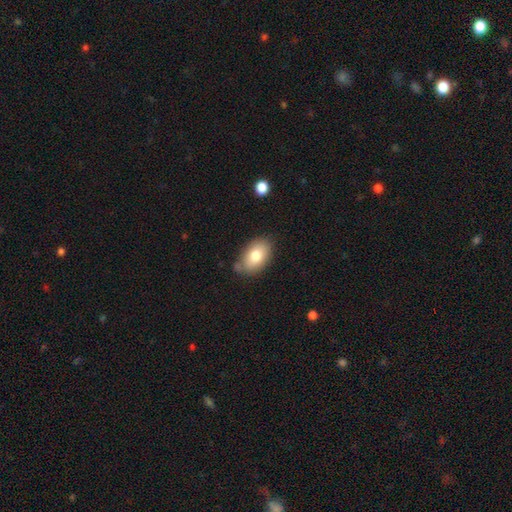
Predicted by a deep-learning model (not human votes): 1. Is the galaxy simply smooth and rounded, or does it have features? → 79% smooth, 14% featured or disk, 7% star or artifact.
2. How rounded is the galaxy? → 90% in between, 8% round, 1% cigar-shaped.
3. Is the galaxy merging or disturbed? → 71% none, 21% minor disturbance, 5% merger, 4% major disturbance.